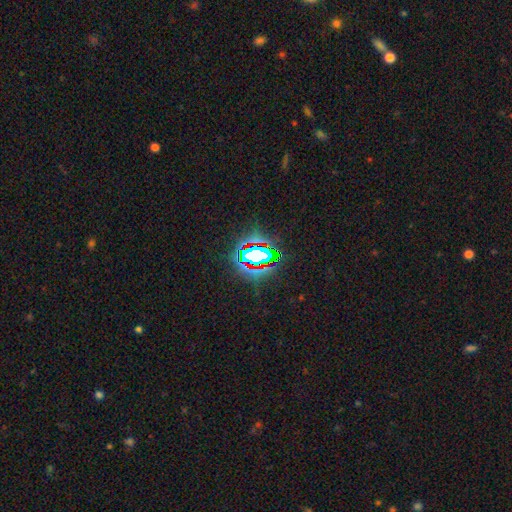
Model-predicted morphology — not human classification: This is likely a star or artifact rather than a galaxy (70%).